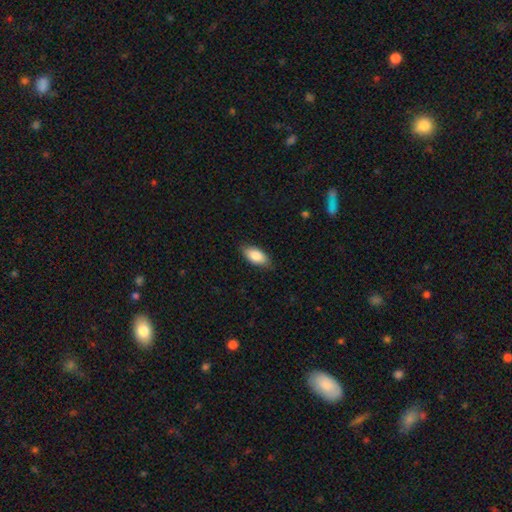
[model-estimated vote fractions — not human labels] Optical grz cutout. It shows a smooth galaxy with no disk features (84%) that is in between round and cigar-shaped (89%). Merging: none (85%).